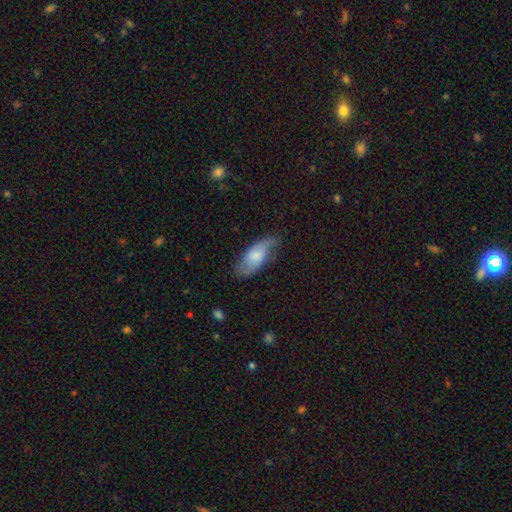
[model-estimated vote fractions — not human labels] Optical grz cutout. It shows a smooth galaxy with no disk features (58%) that is in between round and cigar-shaped (85%). Merging: none (63%).